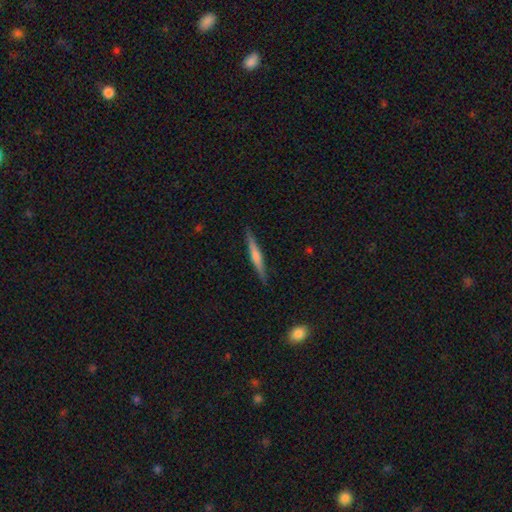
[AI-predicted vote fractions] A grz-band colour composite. It shows a featured or disk galaxy (51%) viewed edge-on (97%). Merging: none (89%).